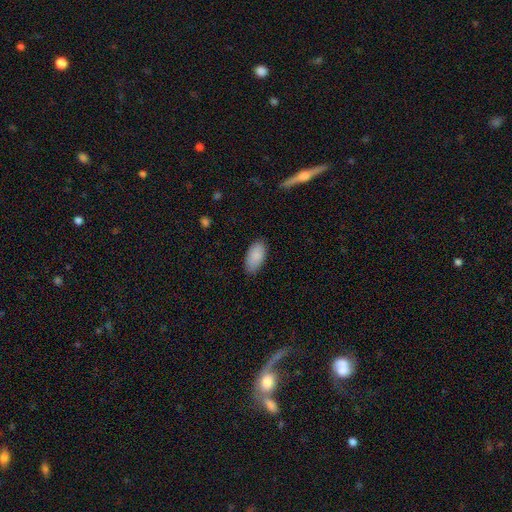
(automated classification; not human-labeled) Morphology: type=smooth (88%); roundness=in between (94%); merging=none (83%).